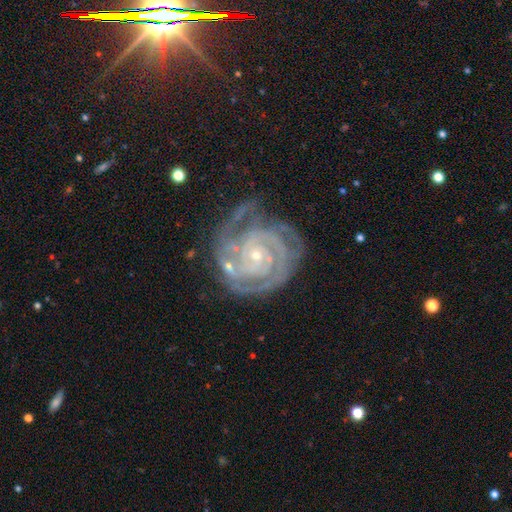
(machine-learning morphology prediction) Smooth or featured?
  - featured or disk: 91% *
  - star or artifact: 5%
  - smooth: 4%
Edge-on disk?
  - no: 98% *
  - yes: 2%
Bar?
  - no: 72% *
  - weak: 20%
  - strong: 8%
Spiral arms?
  - yes: 98% *
  - no: 2%
Spiral winding?
  - tight: 79% *
  - medium: 18%
  - loose: 3%
Spiral arm count?
  - 3: 30% *
  - 2: 29%
  - can't tell: 16%
  - 4: 13%
  - more than 4: 6%
  - 1: 5%
Bulge size?
  - small: 80% *
  - moderate: 17%
  - none: 1%
  - large: 1%
  - dominant: 1%
Merging?
  - none: 61% *
  - minor disturbance: 22%
  - major disturbance: 10%
  - merger: 6%